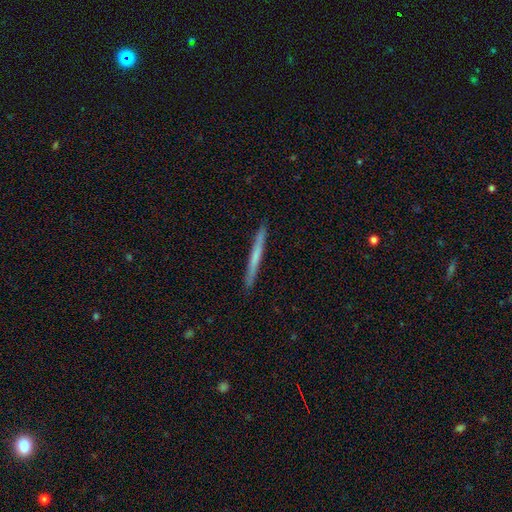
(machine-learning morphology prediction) This is possibly a smooth galaxy (57%). How rounded: clearly cigar-shaped (97%). Merging: clearly none (92%).